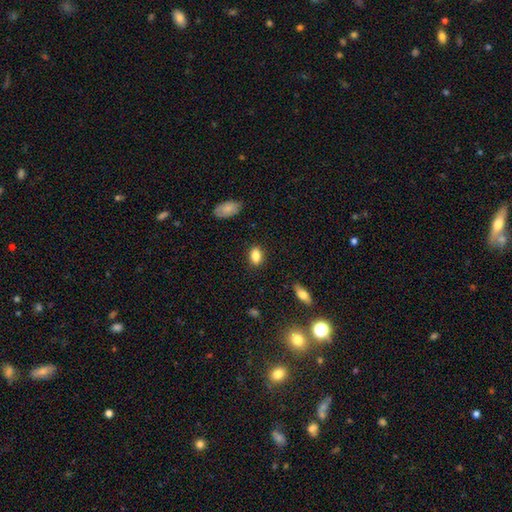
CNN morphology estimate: This appears to be a smooth galaxy with no disk features (84%) that is in between round and cigar-shaped (81%). Merging: none (87%).